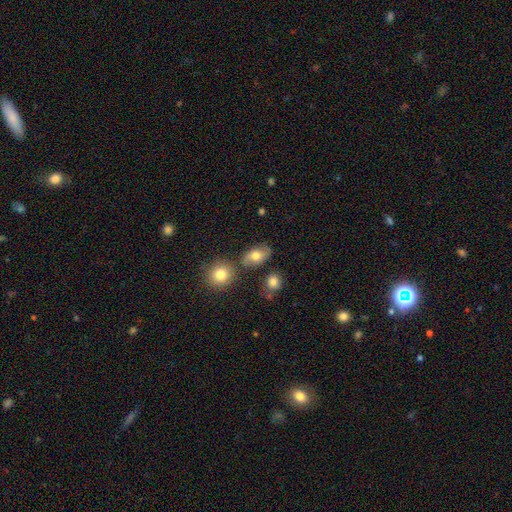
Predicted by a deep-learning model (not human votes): A smooth galaxy with no disk features (71%) that is in between round and cigar-shaped (83%).

Vote fractions:
- Smooth or featured? smooth: 71% / featured or disk: 19% / star or artifact: 10%
- How rounded? in between: 83% / round: 15% / cigar-shaped: 2%
- Merging? none: 70% / minor disturbance: 16% / merger: 9% / major disturbance: 5%